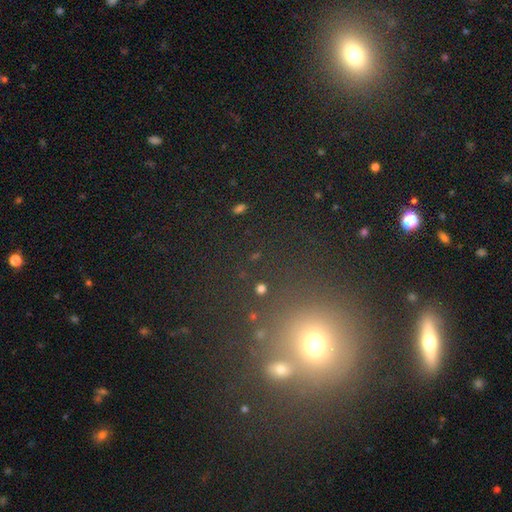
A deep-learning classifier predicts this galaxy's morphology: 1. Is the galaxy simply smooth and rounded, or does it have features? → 49% smooth, 38% star or artifact, 12% featured or disk.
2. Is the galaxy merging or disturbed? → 72% none, 14% merger, 9% minor disturbance, 5% major disturbance.